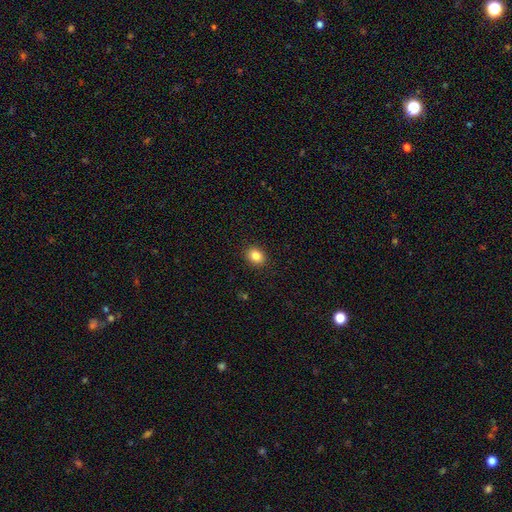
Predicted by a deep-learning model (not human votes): Smooth or featured? Predicted: smooth (p=0.84). How rounded? Predicted: round (p=0.55). Merging? Predicted: none (p=0.91).